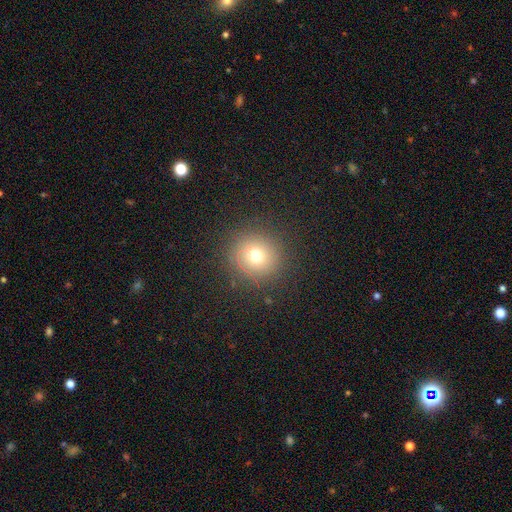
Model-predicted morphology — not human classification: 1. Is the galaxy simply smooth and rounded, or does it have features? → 70% smooth, 18% star or artifact, 12% featured or disk.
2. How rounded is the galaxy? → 92% round, 7% in between, 1% cigar-shaped.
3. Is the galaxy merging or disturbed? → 88% none, 7% minor disturbance, 4% major disturbance, 1% merger.